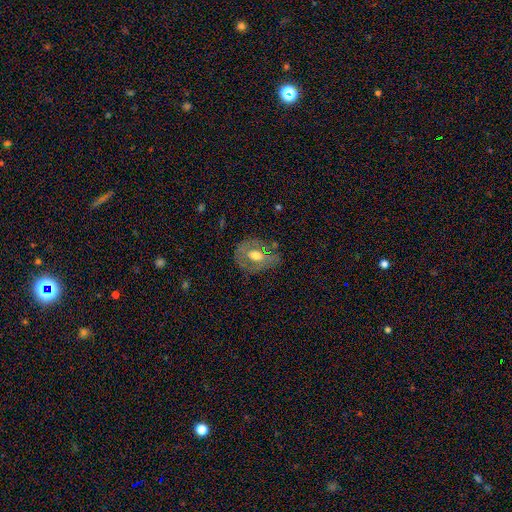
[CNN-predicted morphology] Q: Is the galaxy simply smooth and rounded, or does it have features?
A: featured or disk — 53%.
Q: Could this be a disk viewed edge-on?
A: no — 92%.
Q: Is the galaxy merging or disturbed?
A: none — 63%.